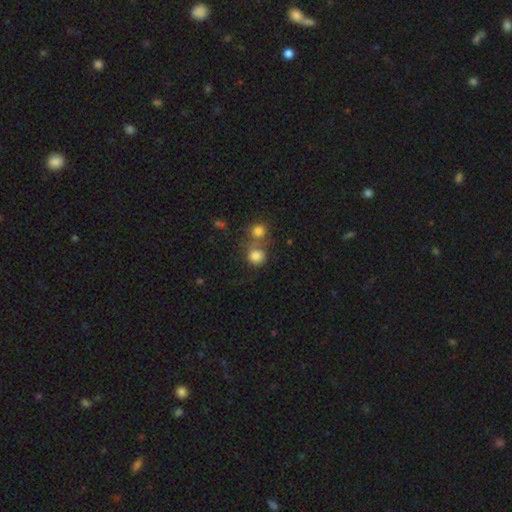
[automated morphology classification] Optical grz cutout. It shows a smooth galaxy with no disk features (81%) that is round (84%). Merging: none (45%).